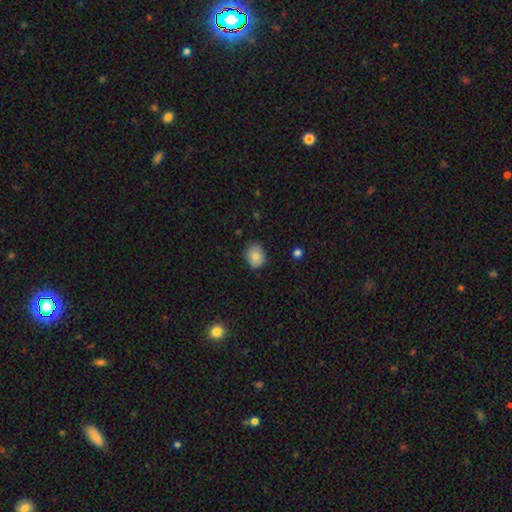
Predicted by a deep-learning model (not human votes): The model was most divided on "how rounded": in between: 51%, round: 48%, cigar-shaped: 1%. More confident: smooth or featured — smooth (82%); merging — none (79%).